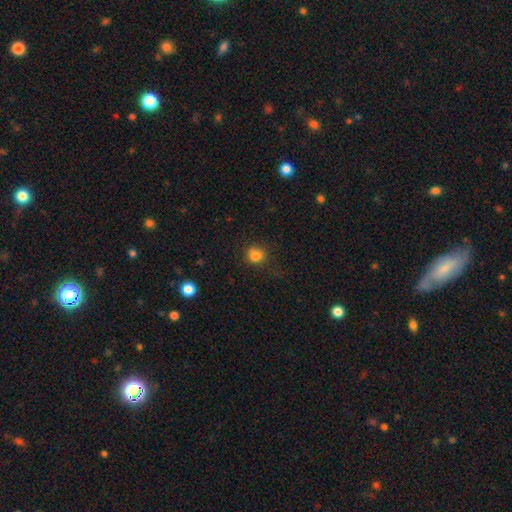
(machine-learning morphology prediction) Smooth or featured? smooth (83%)
How rounded? round (84%)
Merging? none (79%)